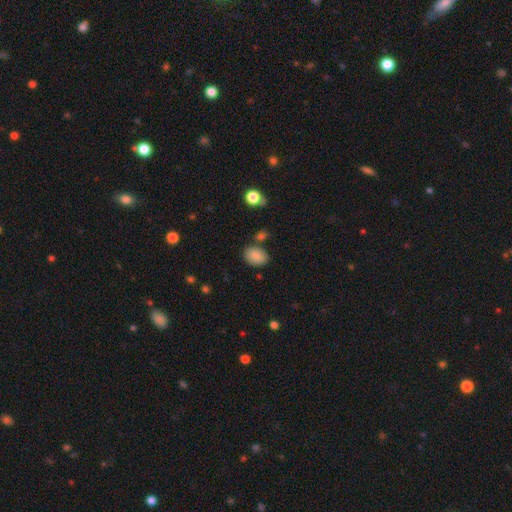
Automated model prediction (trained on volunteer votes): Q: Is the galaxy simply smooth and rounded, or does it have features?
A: smooth — 85%.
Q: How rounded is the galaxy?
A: in between — 74%.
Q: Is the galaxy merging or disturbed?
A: none — 77%.